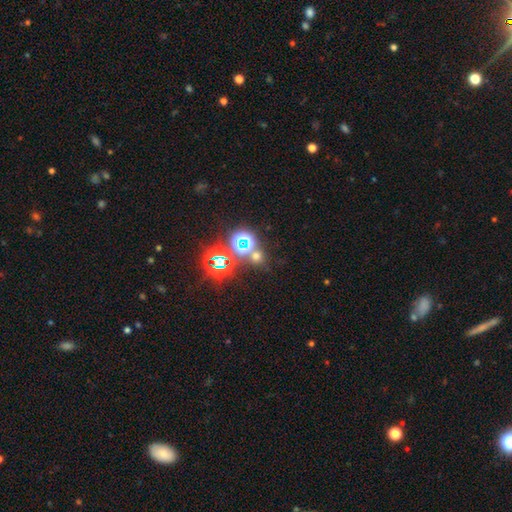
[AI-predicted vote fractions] Smooth or featured?
  - star or artifact: 47% *
  - smooth: 46%
  - featured or disk: 7%